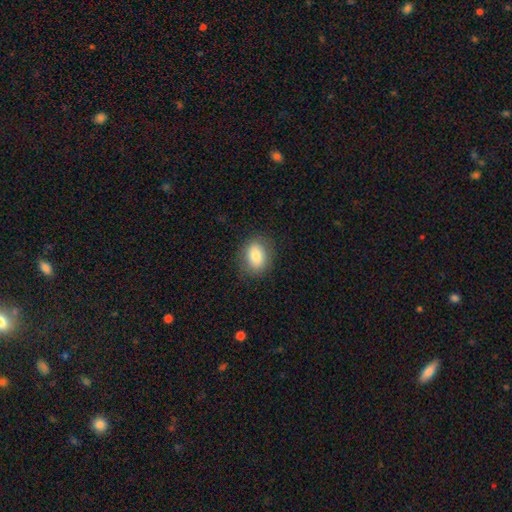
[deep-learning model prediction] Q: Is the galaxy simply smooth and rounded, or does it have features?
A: smooth — 81%.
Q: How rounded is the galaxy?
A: in between — 66%.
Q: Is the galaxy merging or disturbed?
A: none — 84%.